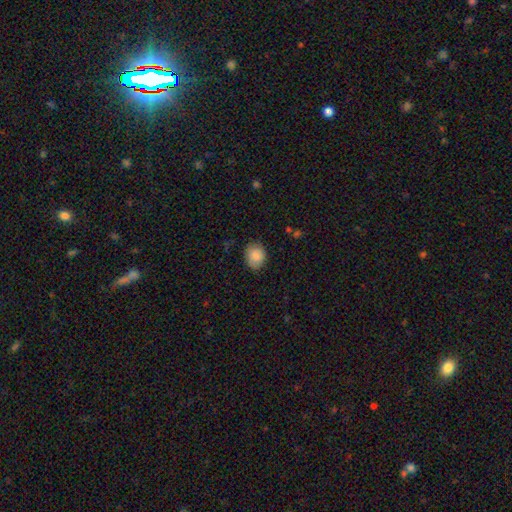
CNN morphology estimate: type=smooth (86%); roundness=round (53%); merging=none (76%).